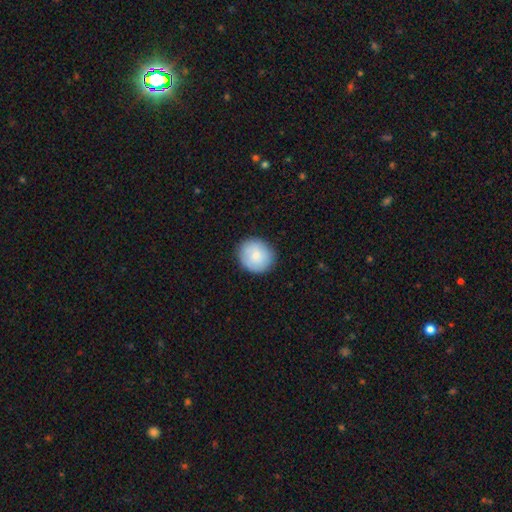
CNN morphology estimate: Smooth or featured: smooth — 83% (featured or disk — 11%)
How rounded: round — 84% (in between — 15%)
Merging: none — 87% (minor disturbance — 9%)